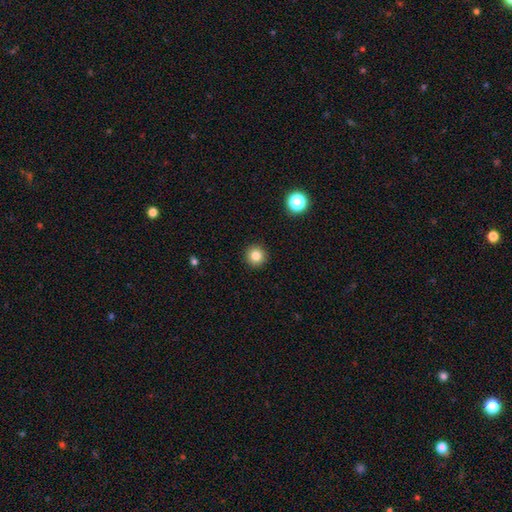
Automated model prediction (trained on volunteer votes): Smooth or featured: smooth — 82% (star or artifact — 12%)
How rounded: round — 96% (in between — 3%)
Merging: none — 93% (minor disturbance — 4%)